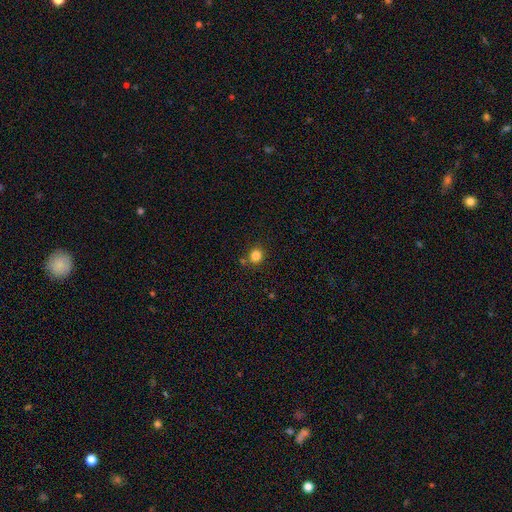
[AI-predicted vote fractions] This is clearly a smooth galaxy (83%). How rounded: clearly round (86%). Merging: likely none (78%).